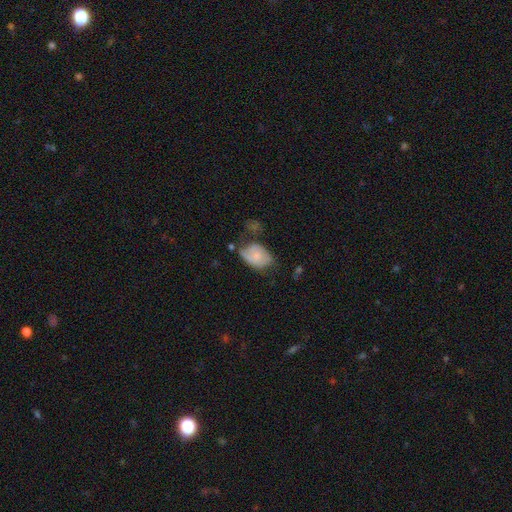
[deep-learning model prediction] Overall: smooth (57%; featured or disk 35%). How rounded: in between (81%). Merging: none (37%; minor disturbance 35%).